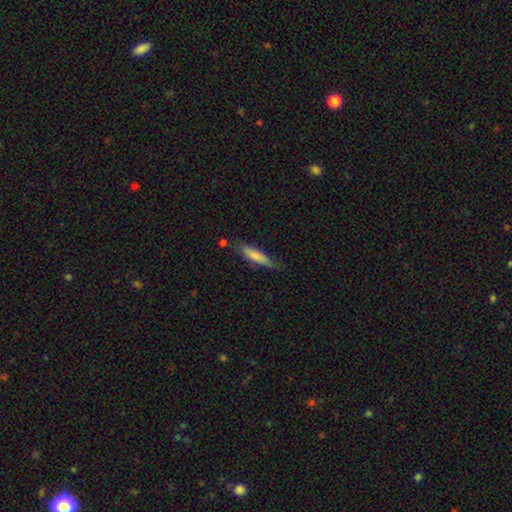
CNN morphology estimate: This is likely a smooth galaxy (76%). How rounded: likely cigar-shaped (80%). Merging: likely none (73%).